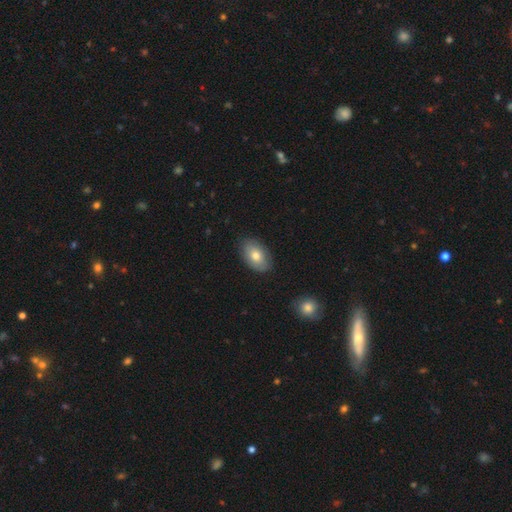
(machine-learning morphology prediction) A smooth galaxy with no disk features (72%) that is in between round and cigar-shaped (91%).

Vote fractions:
- Smooth or featured? smooth: 72% / featured or disk: 21% / star or artifact: 7%
- How rounded? in between: 91% / round: 8% / cigar-shaped: 1%
- Merging? none: 84% / minor disturbance: 12% / major disturbance: 2% / merger: 1%